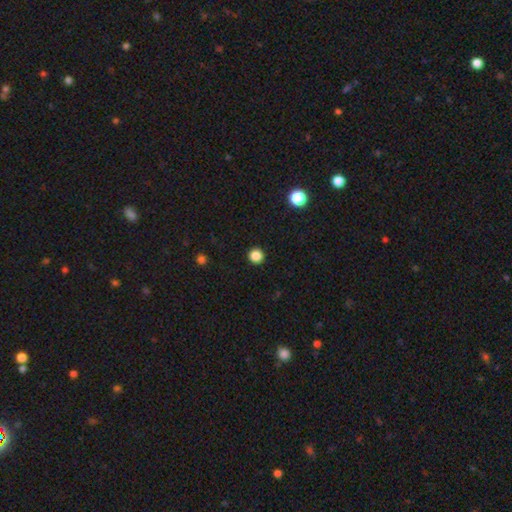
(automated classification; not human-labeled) smooth-or-featured: smooth: 86% | star or artifact: 12% | featured or disk: 3%
  how-rounded: round: 96% | in between: 3% | cigar-shaped: 1%
  merging: none: 93% | minor disturbance: 4% | major disturbance: 2% | merger: 1%